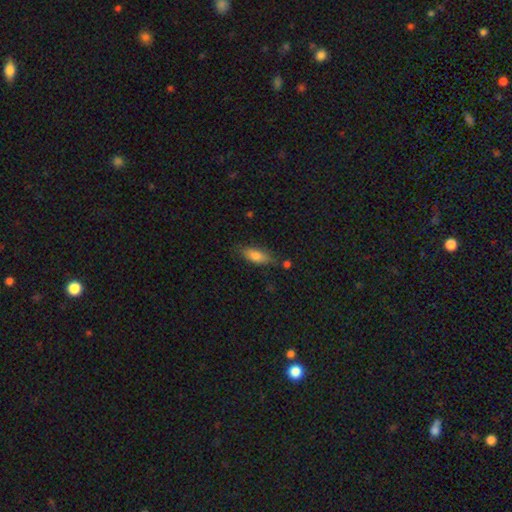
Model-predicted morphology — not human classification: Q: Smooth or featured?
A: smooth (77%); runner-up: featured or disk (15%)
Q: How rounded?
A: in between (68%); runner-up: cigar-shaped (30%)
Q: Merging?
A: none (73%); runner-up: minor disturbance (18%)